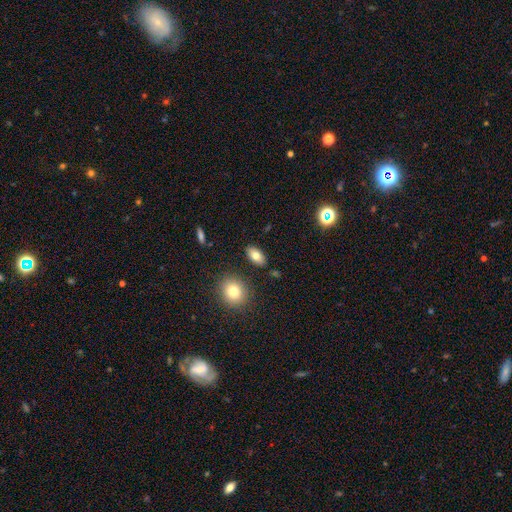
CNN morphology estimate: Overall: smooth (77%). How rounded: in between (89%). Merging: none (86%).